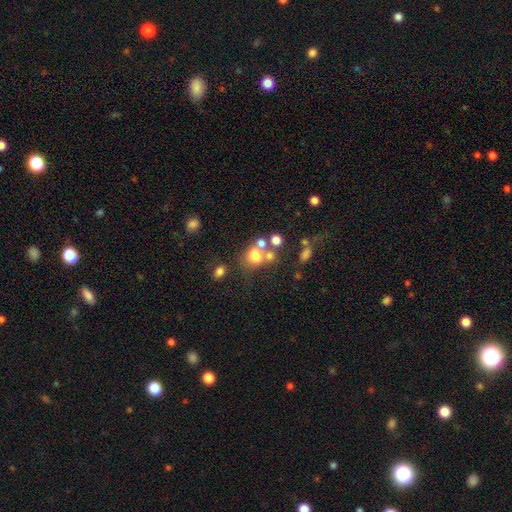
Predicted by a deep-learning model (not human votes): smooth-or-featured: smooth: 63% | featured or disk: 20% | star or artifact: 16%
  how-rounded: round: 54% | in between: 45% | cigar-shaped: 1%
  merging: merger: 45% | none: 32% | minor disturbance: 12% | major disturbance: 11%